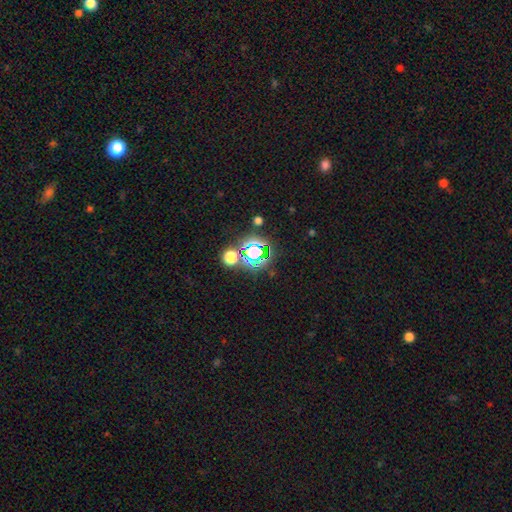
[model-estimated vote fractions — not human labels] Smooth or featured?
  - star or artifact: 66% *
  - smooth: 24%
  - featured or disk: 10%